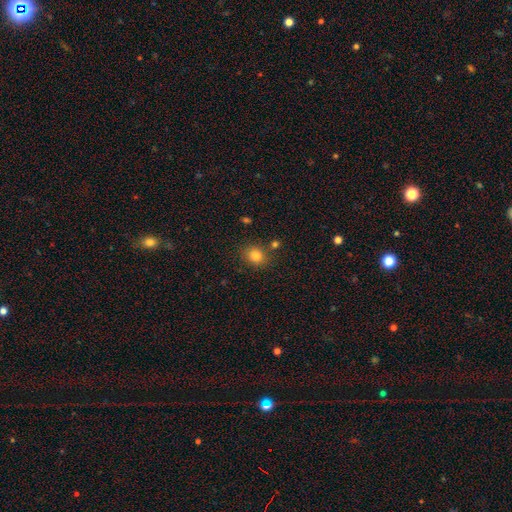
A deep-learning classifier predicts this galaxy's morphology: smooth-or-featured: smooth: 81% | star or artifact: 12% | featured or disk: 6%
  how-rounded: round: 74% | in between: 25% | cigar-shaped: 1%
  merging: none: 80% | minor disturbance: 10% | merger: 7% | major disturbance: 3%